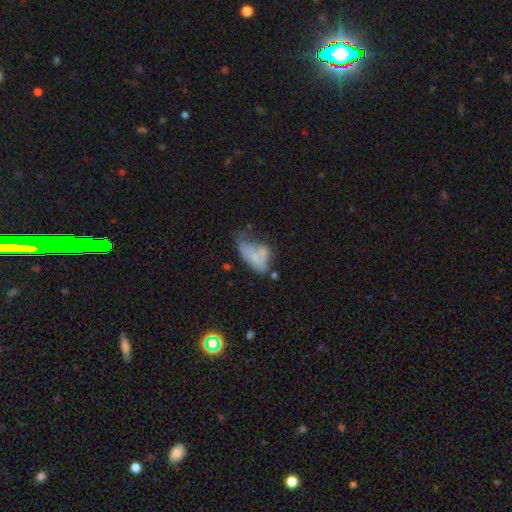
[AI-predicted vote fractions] Smooth or featured?
  - smooth: 55% *
  - featured or disk: 33%
  - star or artifact: 12%
How rounded?
  - in between: 88% *
  - cigar-shaped: 6%
  - round: 6%
Merging?
  - major disturbance: 33% *
  - minor disturbance: 26%
  - none: 23%
  - merger: 19%